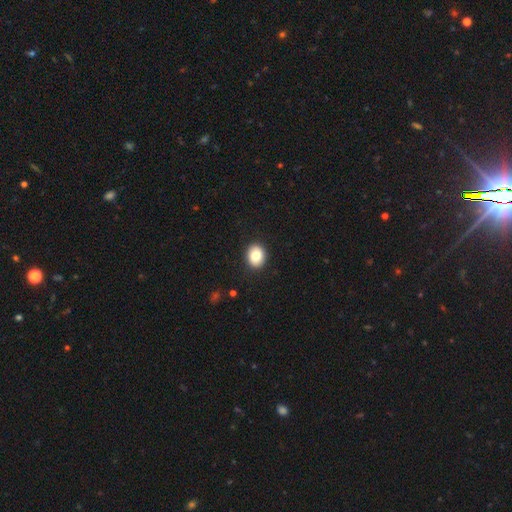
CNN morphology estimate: Smooth or featured? Predicted: smooth (p=0.82). How rounded? Predicted: round (p=0.51). Merging? Predicted: none (p=0.91).